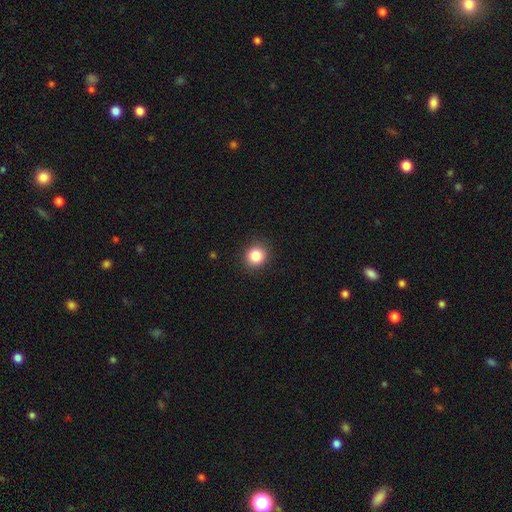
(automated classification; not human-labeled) smooth_or_featured: smooth (p=0.84) [alt: star or artifact p=0.10]
how_rounded: round (p=0.88) [alt: in between p=0.11]
merging: none (p=0.91) [alt: minor disturbance p=0.06]